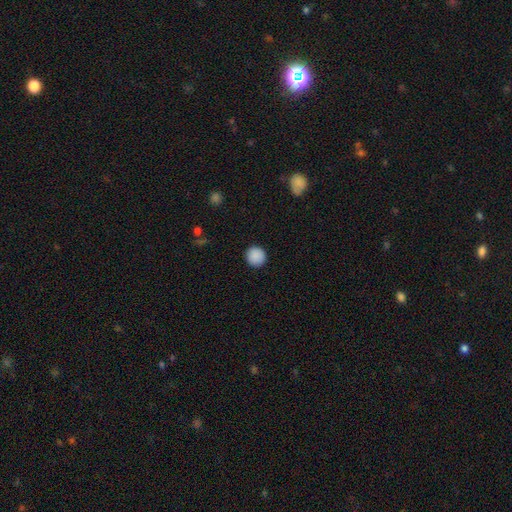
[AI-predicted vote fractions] A smooth galaxy with no disk features (89%) that is round (95%).

Vote fractions:
- Smooth or featured? smooth: 89% / star or artifact: 8% / featured or disk: 3%
- How rounded? round: 95% / in between: 4% / cigar-shaped: 1%
- Merging? none: 92% / minor disturbance: 5% / major disturbance: 2% / merger: 1%